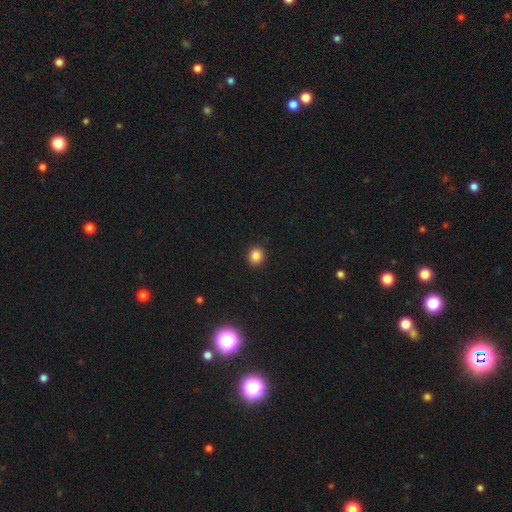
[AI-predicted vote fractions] Smooth or featured?
  - smooth: 86% *
  - star or artifact: 11%
  - featured or disk: 3%
How rounded?
  - round: 77% *
  - in between: 22%
  - cigar-shaped: 1%
Merging?
  - none: 91% *
  - minor disturbance: 6%
  - major disturbance: 2%
  - merger: 1%